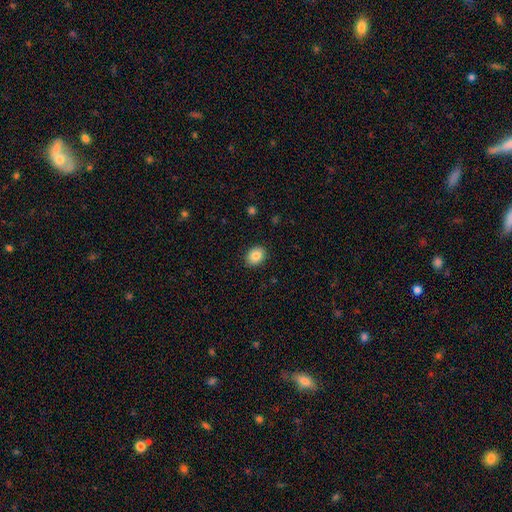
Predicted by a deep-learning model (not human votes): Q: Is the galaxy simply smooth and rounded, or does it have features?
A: smooth — 85%.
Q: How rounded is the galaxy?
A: in between — 58%.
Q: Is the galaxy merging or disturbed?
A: none — 90%.